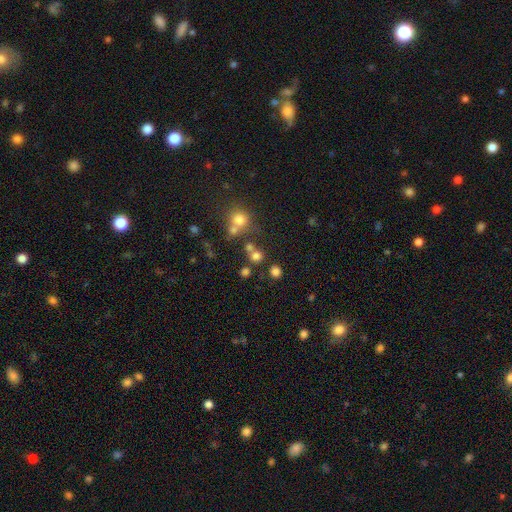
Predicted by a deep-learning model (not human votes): Overall: smooth (71%). How rounded: round (87%). Merging: none (64%).